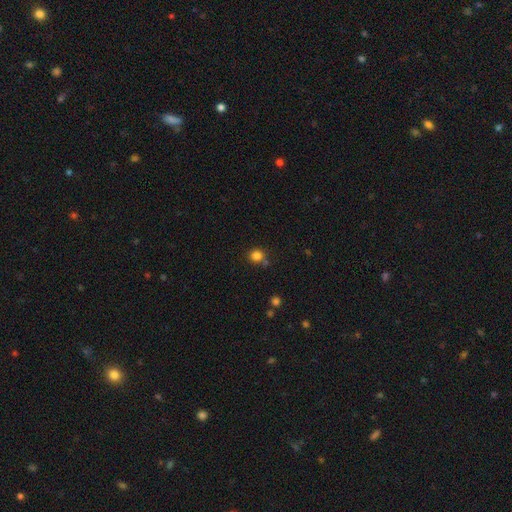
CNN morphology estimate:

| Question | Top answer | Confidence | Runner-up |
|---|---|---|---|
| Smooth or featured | smooth | 82% | star or artifact (13%) |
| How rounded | round | 86% | in between (13%) |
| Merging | none | 74% | merger (12%) |